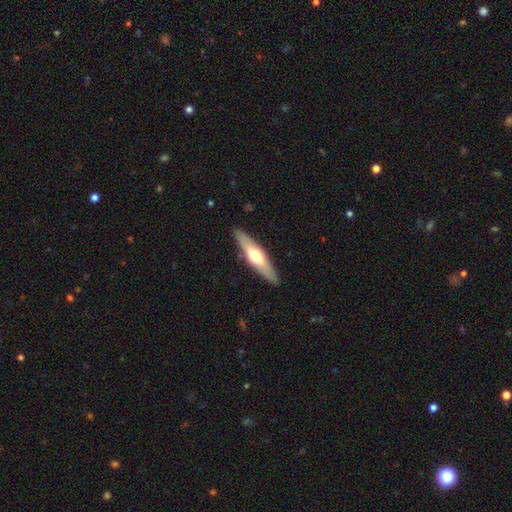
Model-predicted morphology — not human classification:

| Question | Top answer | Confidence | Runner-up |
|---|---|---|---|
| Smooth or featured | featured or disk | 51% | smooth (44%) |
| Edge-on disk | yes | 86% | no (14%) |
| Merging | none | 89% | minor disturbance (8%) |